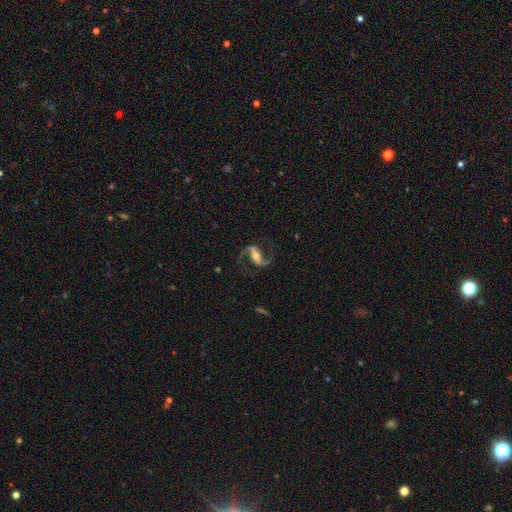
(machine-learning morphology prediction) Q: Smooth or featured?
A: featured or disk (91%); runner-up: star or artifact (5%)
Q: Edge-on disk?
A: no (97%); runner-up: yes (3%)
Q: Bar?
A: strong (50%); runner-up: weak (32%)
Q: Spiral arms?
A: yes (98%); runner-up: no (2%)
Q: Spiral winding?
A: loose (49%); runner-up: medium (43%)
Q: Spiral arm count?
A: 2 (94%); runner-up: 1 (2%)
Q: Bulge size?
A: moderate (62%); runner-up: small (29%)
Q: Merging?
A: none (79%); runner-up: minor disturbance (11%)